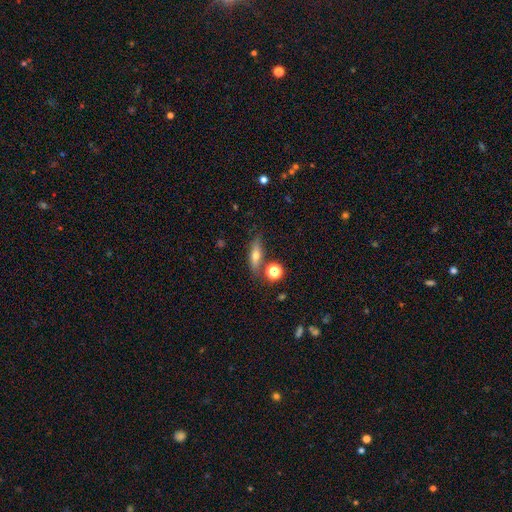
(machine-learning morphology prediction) The model was most divided on "how rounded": cigar-shaped: 50%, in between: 41%, round: 9%. More confident: merging — none (73%); smooth or featured — smooth (55%).